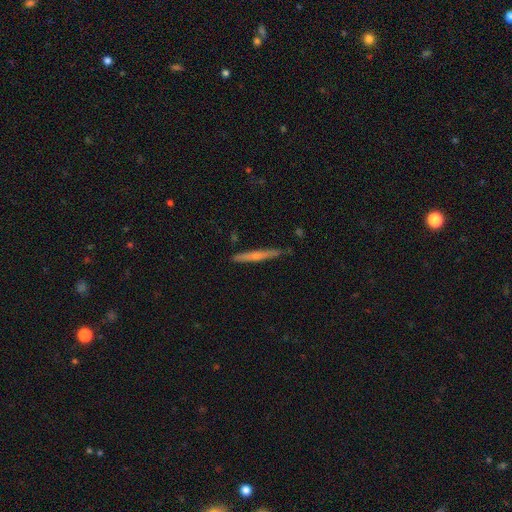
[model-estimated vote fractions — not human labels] Smooth or featured?
  - featured or disk: 48% *
  - smooth: 46%
  - star or artifact: 6%
Merging?
  - none: 85% *
  - minor disturbance: 12%
  - major disturbance: 2%
  - merger: 2%